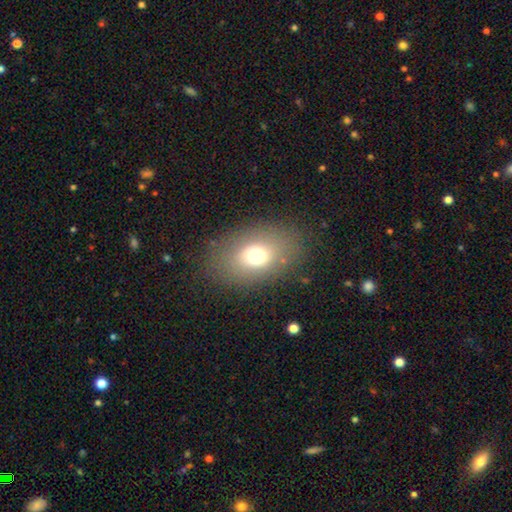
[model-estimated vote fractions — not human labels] The model was most divided on "how rounded": in between: 70%, round: 28%, cigar-shaped: 1%. More confident: merging — none (82%); smooth or featured — smooth (68%).